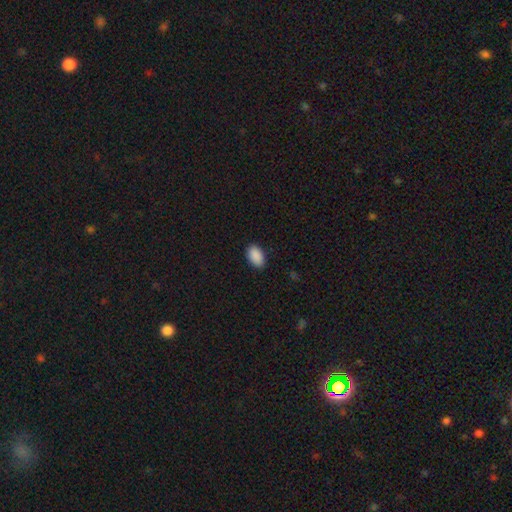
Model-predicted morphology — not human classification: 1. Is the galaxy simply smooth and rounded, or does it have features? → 90% smooth, 7% star or artifact, 3% featured or disk.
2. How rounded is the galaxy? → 92% in between, 7% round, 1% cigar-shaped.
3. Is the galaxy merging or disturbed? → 86% none, 11% minor disturbance, 2% major disturbance, 1% merger.